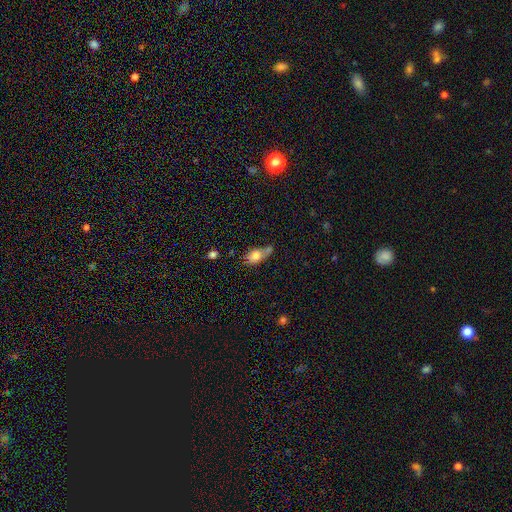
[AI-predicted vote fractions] smooth-or-featured: smooth: 75% | featured or disk: 16% | star or artifact: 9%
  how-rounded: in between: 79% | round: 14% | cigar-shaped: 7%
  merging: none: 33% | merger: 30% | minor disturbance: 26% | major disturbance: 11%